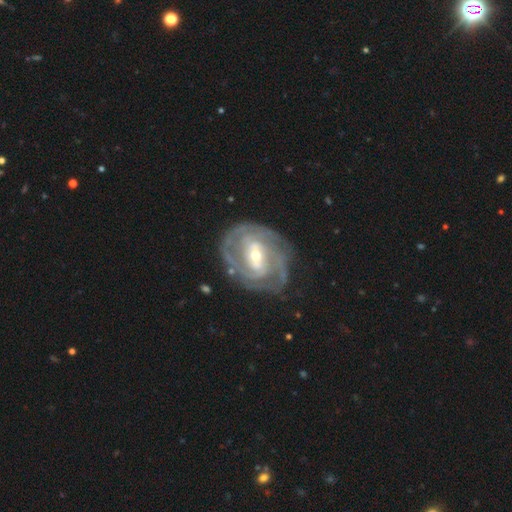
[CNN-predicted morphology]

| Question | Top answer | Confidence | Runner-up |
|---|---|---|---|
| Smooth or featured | featured or disk | 89% | smooth (6%) |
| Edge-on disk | no | 97% | yes (3%) |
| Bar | weak | 42% | strong (34%) |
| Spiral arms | yes | 96% | no (4%) |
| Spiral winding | tight | 66% | medium (29%) |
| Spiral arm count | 2 | 33% | 3 (26%) |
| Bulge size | small | 49% | moderate (47%) |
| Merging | none | 73% | minor disturbance (17%) |